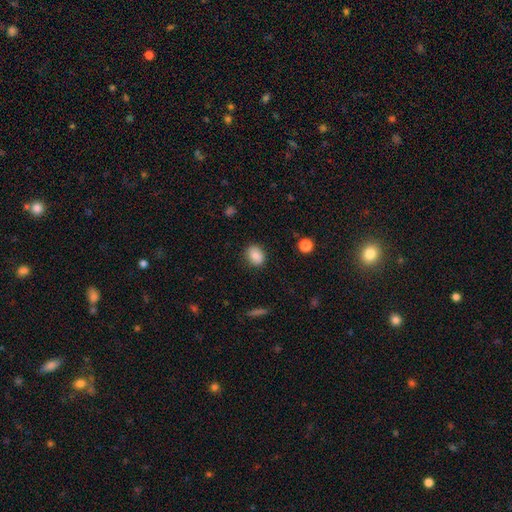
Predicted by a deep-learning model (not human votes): smooth-or-featured: smooth: 84% | star or artifact: 9% | featured or disk: 7%
  how-rounded: in between: 56% | round: 43% | cigar-shaped: 1%
  merging: none: 87% | minor disturbance: 10% | major disturbance: 2% | merger: 1%